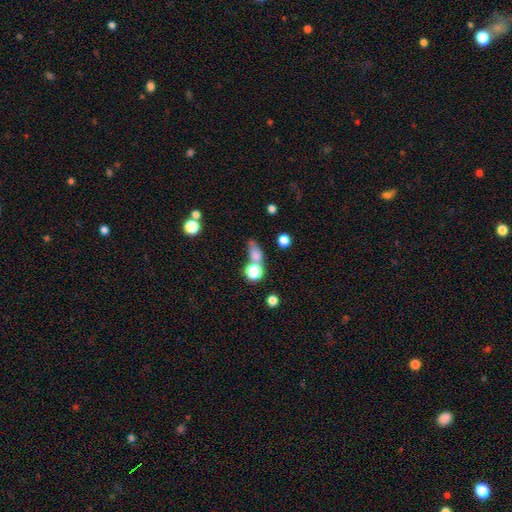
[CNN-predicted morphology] This appears to be a smooth galaxy with no disk features (70%) that is in between round and cigar-shaped (51%). Merging: none (47%).